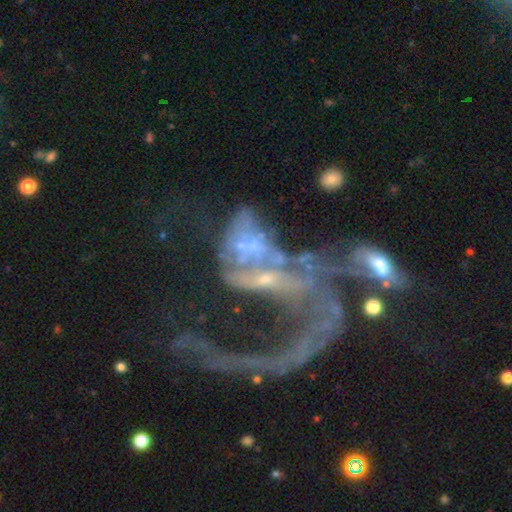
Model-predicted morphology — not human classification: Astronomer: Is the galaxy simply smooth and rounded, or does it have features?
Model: featured or disk — 75%.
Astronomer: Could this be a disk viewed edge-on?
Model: no — 96%.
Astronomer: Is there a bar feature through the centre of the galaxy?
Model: no — 66%.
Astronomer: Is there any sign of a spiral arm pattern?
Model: yes — 55% (runner-up: no, 45%).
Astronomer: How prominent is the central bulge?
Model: small — 44% (runner-up: none, 35%).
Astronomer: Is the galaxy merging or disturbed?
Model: merger — 43% (runner-up: major disturbance, 40%).